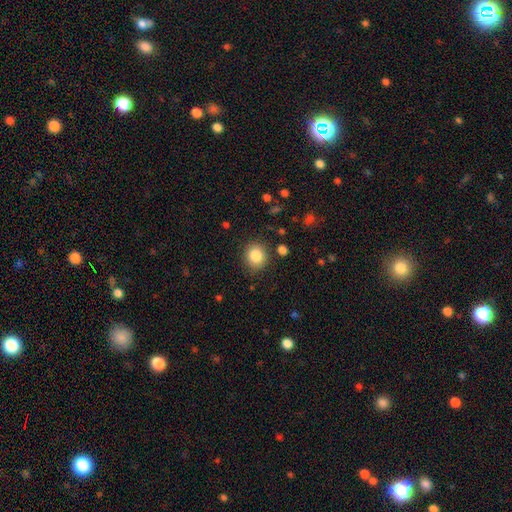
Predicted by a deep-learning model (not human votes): smooth-or-featured: smooth: 85% | star or artifact: 9% | featured or disk: 5%
  how-rounded: round: 82% | in between: 17% | cigar-shaped: 1%
  merging: none: 86% | minor disturbance: 9% | major disturbance: 3% | merger: 2%